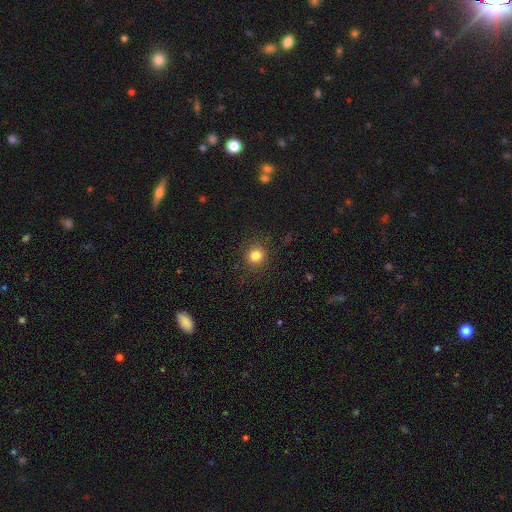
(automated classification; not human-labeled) Smooth or featured? smooth (82%)
How rounded? round (89%)
Merging? none (88%)